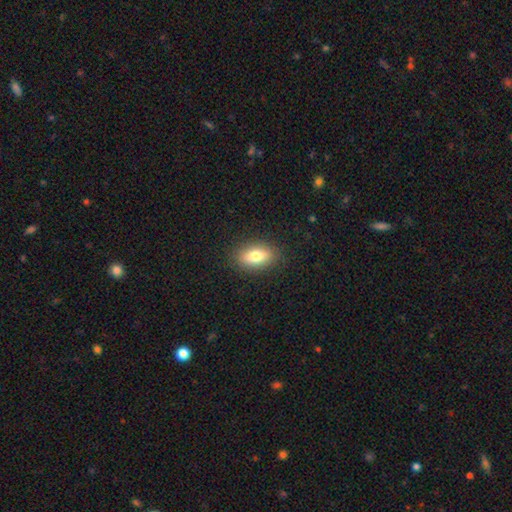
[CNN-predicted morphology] This appears to be a smooth galaxy with no disk features (73%) that is in between round and cigar-shaped (82%). Merging: none (88%).